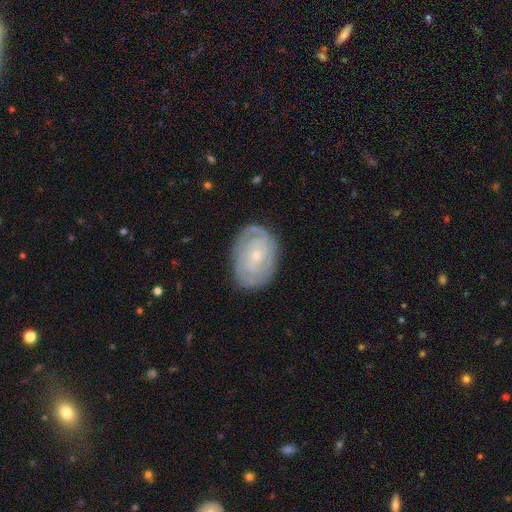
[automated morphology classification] Smooth or featured? Predicted: featured or disk (p=0.76). Edge-on disk? Predicted: no (p=0.96). Bar? Predicted: no (p=0.78). Spiral arms? Predicted: yes (p=0.89). Spiral winding? Predicted: tight (p=0.75). Spiral arm count? Predicted: can't tell (p=0.43). Bulge size? Predicted: small (p=0.77). Merging? Predicted: none (p=0.78).